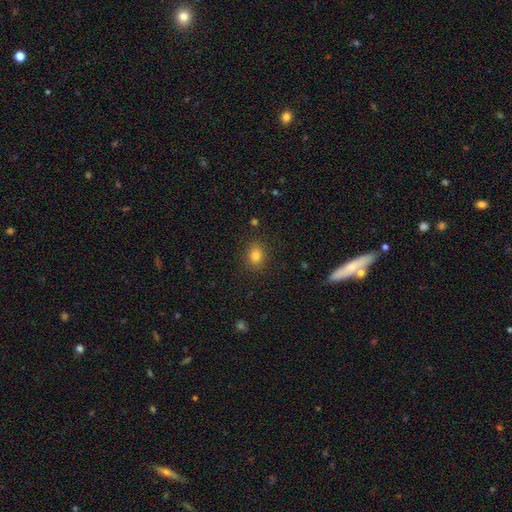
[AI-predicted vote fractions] Overall: smooth (81%). How rounded: round (57%; in between 42%). Merging: none (87%).